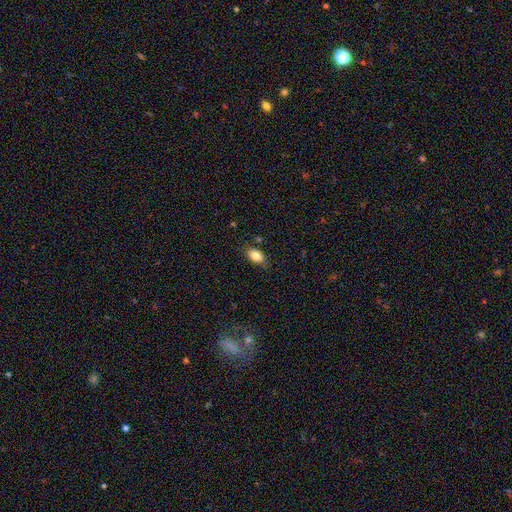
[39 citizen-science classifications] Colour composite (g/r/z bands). It shows a smooth galaxy with no disk features (85%) that is in between round and cigar-shaped (76%). Merging: none (77%).